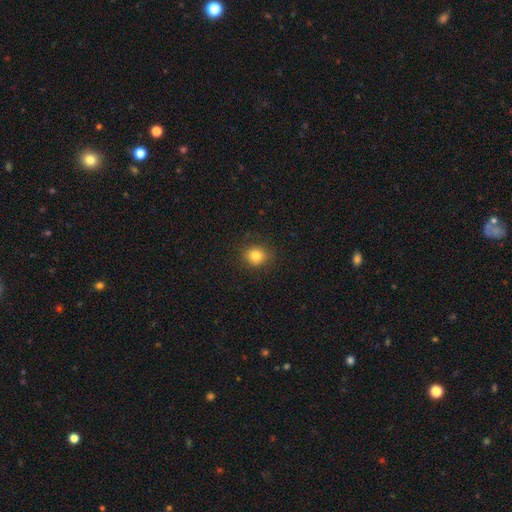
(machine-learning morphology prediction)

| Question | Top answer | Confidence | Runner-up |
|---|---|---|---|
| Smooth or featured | smooth | 82% | star or artifact (12%) |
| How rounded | round | 82% | in between (17%) |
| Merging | none | 87% | minor disturbance (9%) |